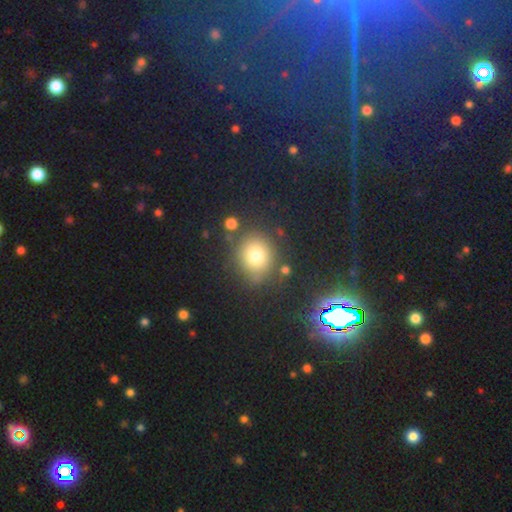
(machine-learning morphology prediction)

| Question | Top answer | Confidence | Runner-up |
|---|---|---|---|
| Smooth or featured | smooth | 76% | star or artifact (15%) |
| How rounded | round | 83% | in between (16%) |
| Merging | none | 80% | minor disturbance (10%) |